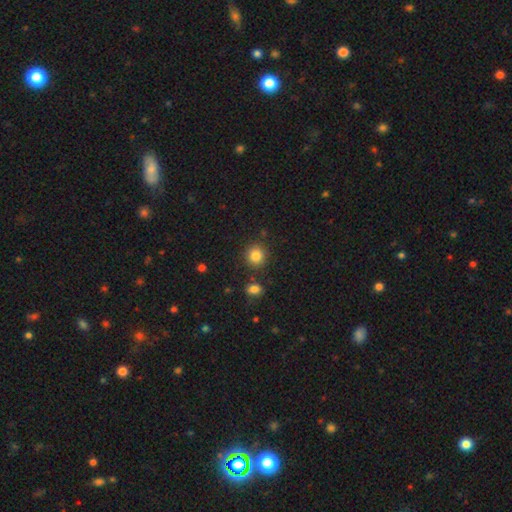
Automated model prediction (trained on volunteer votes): Smooth or featured? smooth (84%)
How rounded? round (89%)
Merging? none (85%)